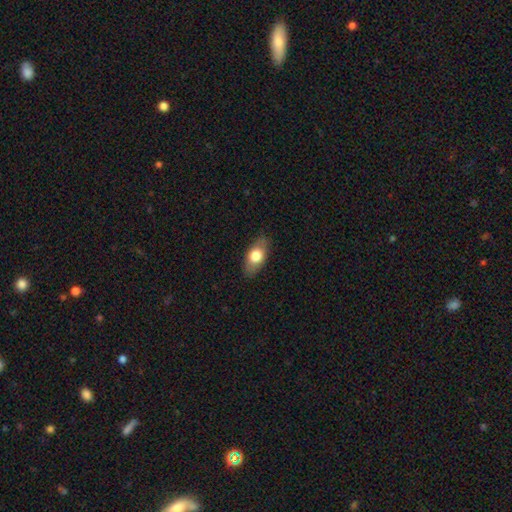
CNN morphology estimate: Smooth or featured? Predicted: smooth (p=0.70). How rounded? Predicted: in between (p=0.86). Merging? Predicted: none (p=0.85).